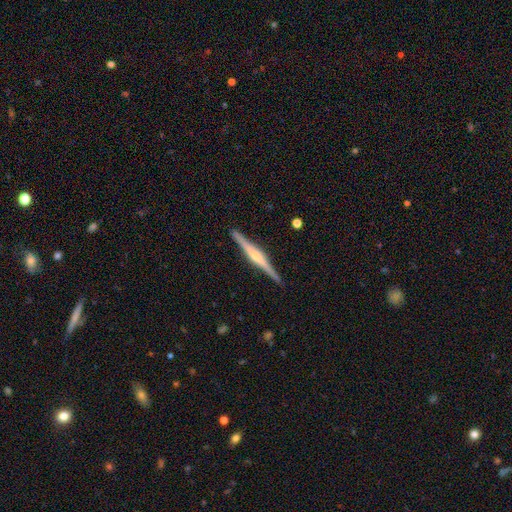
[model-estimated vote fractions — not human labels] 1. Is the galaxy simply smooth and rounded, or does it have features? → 77% featured or disk, 18% smooth, 5% star or artifact.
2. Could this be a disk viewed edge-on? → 98% yes, 2% no.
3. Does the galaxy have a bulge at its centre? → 75% rounded, 14% boxy, 11% none.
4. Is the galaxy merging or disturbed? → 90% none, 7% minor disturbance, 1% major disturbance, 1% merger.